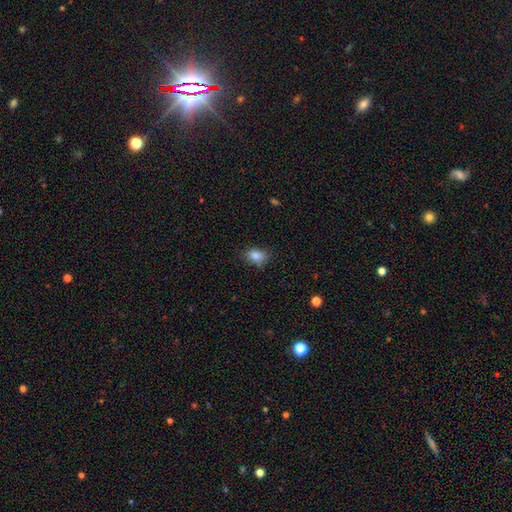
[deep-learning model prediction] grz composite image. It shows a smooth galaxy with no disk features (85%) that is in between round and cigar-shaped (70%). Merging: none (73%).